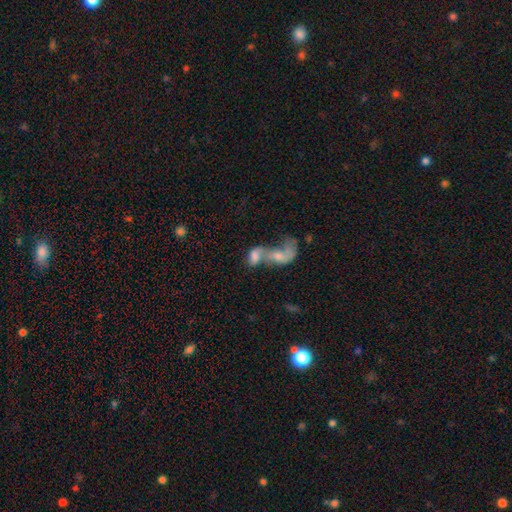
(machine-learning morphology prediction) type=smooth (55%); roundness=in between (83%); merging=merger (80%).